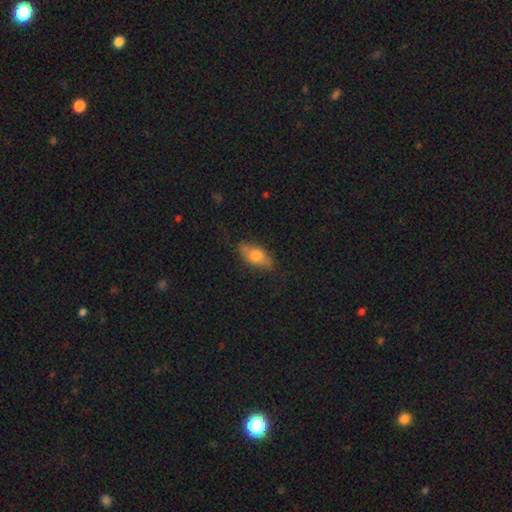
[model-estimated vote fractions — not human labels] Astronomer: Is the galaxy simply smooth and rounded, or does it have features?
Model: smooth — 67%.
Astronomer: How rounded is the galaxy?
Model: in between — 81%.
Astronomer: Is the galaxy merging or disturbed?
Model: none — 76%.